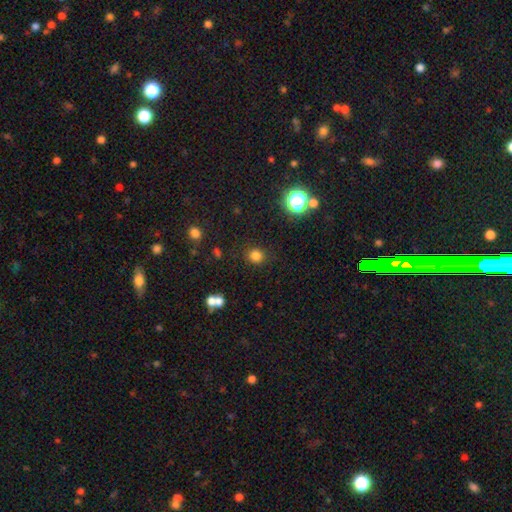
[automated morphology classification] A smooth galaxy with no disk features (80%) that is round (87%).

Vote fractions:
- Smooth or featured? smooth: 80% / star or artifact: 15% / featured or disk: 5%
- How rounded? round: 87% / in between: 12% / cigar-shaped: 1%
- Merging? none: 86% / minor disturbance: 8% / merger: 3% / major disturbance: 3%